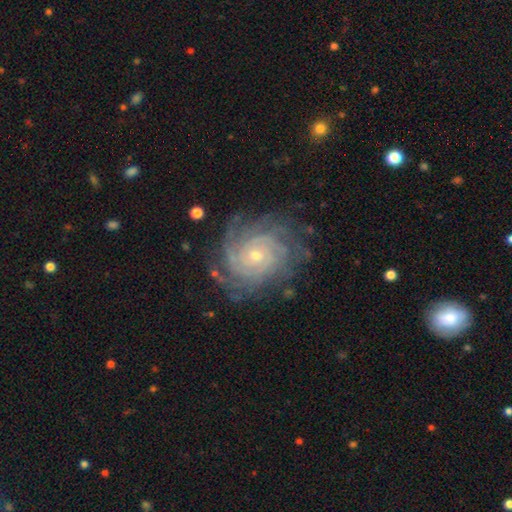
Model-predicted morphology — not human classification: smooth_or_featured: featured or disk (p=0.89) [alt: star or artifact p=0.06]
disk_edge_on: no (p=0.98) [alt: yes p=0.02]
bar: no (p=0.76) [alt: weak p=0.19]
has_spiral_arms: yes (p=0.98) [alt: no p=0.02]
spiral_winding: tight (p=0.81) [alt: medium p=0.17]
spiral_arm_count: 4 (p=0.27) [alt: more than 4 p=0.22]
bulge_size: small (p=0.72) [alt: moderate p=0.25]
merging: none (p=0.77) [alt: minor disturbance p=0.15]